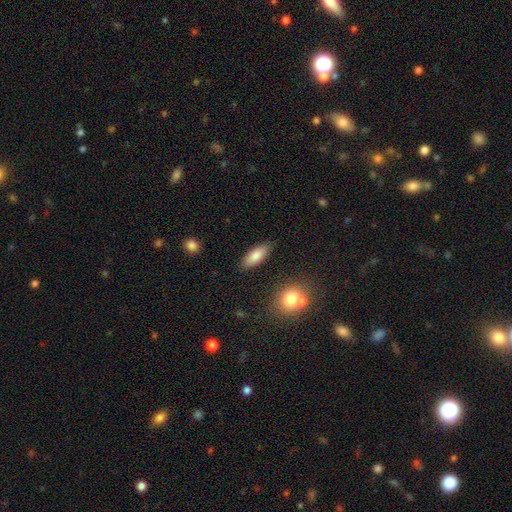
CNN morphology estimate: A smooth galaxy with no disk features (83%) that is in between round and cigar-shaped (69%).

Vote fractions:
- Smooth or featured? smooth: 83% / featured or disk: 11% / star or artifact: 7%
- How rounded? in between: 69% / cigar-shaped: 29% / round: 2%
- Merging? none: 86% / minor disturbance: 10% / merger: 2% / major disturbance: 2%